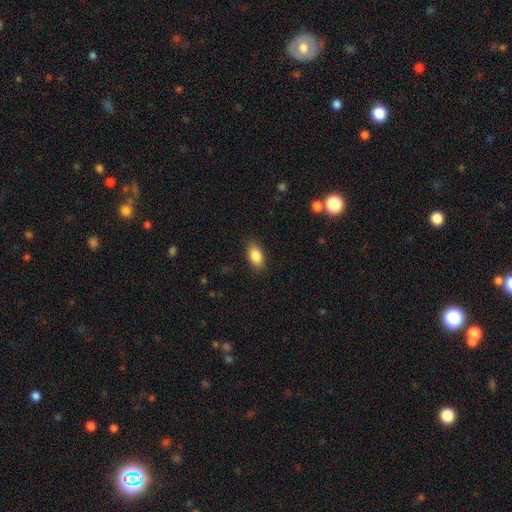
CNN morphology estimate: Q: Smooth or featured?
A: smooth (86%); runner-up: star or artifact (7%)
Q: How rounded?
A: in between (90%); runner-up: round (7%)
Q: Merging?
A: none (86%); runner-up: minor disturbance (10%)